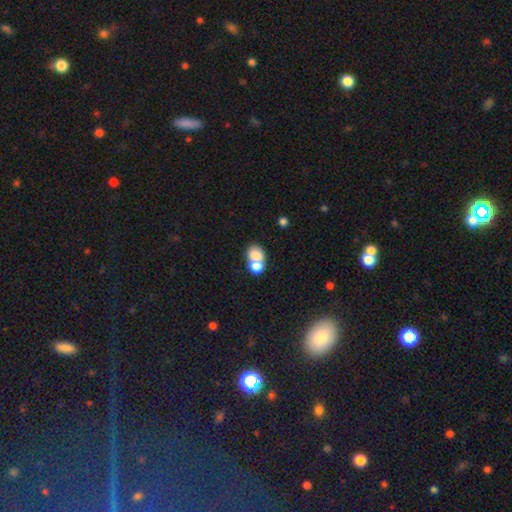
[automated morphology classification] smooth 75%, featured or disk 16%, star or artifact 9%. Down the decision tree: how rounded — in between (51%); merging — merger (68%).